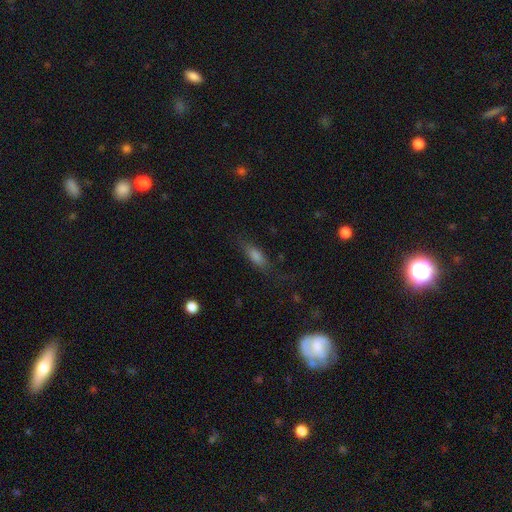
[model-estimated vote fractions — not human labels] The model was most divided on "how rounded": in between: 50%, cigar-shaped: 46%, round: 4%. More confident: merging — none (70%); smooth or featured — smooth (65%).